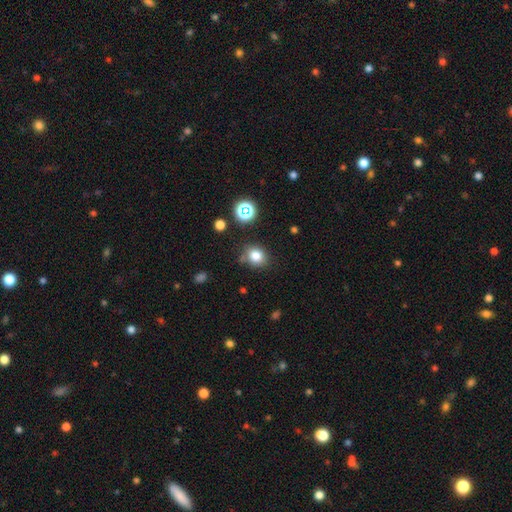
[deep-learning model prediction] This appears to be a smooth galaxy with no disk features (80%) that is round (66%). Merging: none (77%).